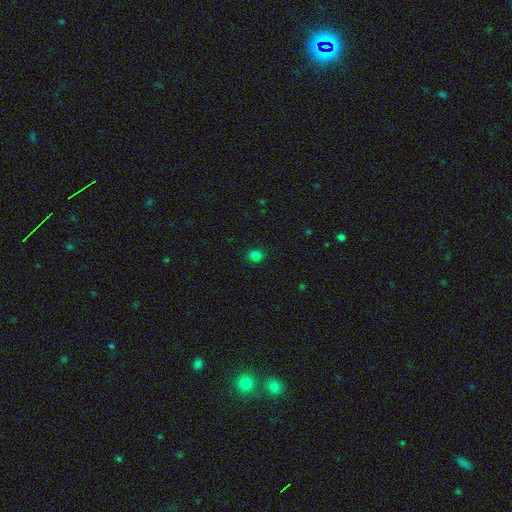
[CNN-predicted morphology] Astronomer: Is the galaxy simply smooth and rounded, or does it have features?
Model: smooth — 76%.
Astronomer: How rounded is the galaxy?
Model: in between — 59% (runner-up: round, 40%).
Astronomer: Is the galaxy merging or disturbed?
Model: none — 84%.